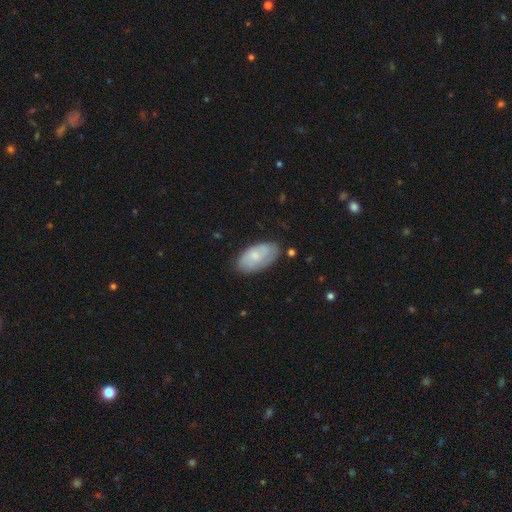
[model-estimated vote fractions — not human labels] Smooth or featured? smooth (54%)
How rounded? in between (93%)
Merging? none (73%)